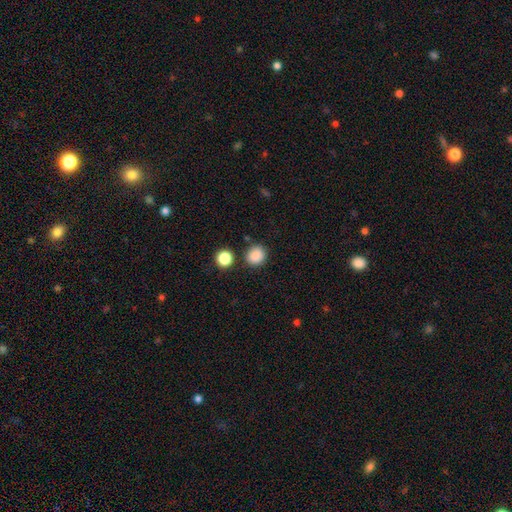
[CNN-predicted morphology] This is clearly a smooth galaxy (86%). How rounded: clearly round (85%). Merging: clearly none (83%).